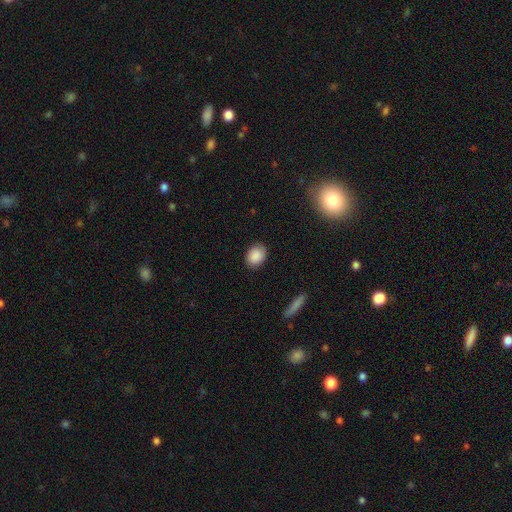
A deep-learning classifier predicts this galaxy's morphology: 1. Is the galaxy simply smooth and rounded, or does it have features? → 88% smooth, 7% star or artifact, 5% featured or disk.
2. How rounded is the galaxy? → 59% in between, 40% round, 1% cigar-shaped.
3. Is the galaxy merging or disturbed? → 86% none, 10% minor disturbance, 2% major disturbance, 1% merger.